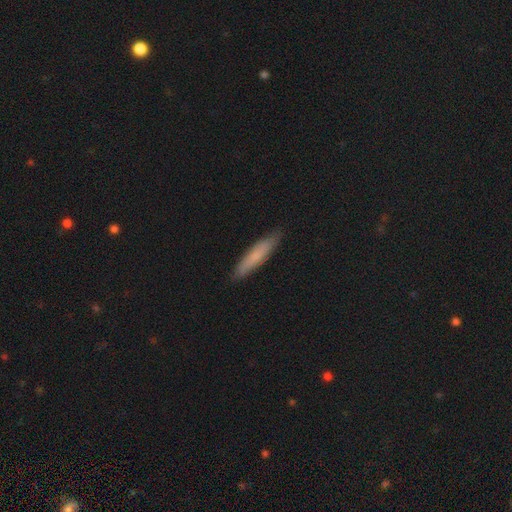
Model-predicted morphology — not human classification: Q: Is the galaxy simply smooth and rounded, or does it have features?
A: smooth — 71%.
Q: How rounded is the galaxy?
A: cigar-shaped — 88%.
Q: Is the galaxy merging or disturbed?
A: none — 87%.